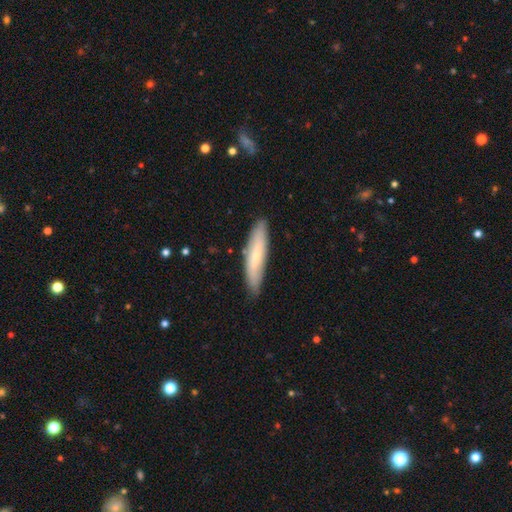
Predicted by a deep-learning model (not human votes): Smooth or featured? Predicted: smooth (p=0.59). How rounded? Predicted: cigar-shaped (p=0.82). Merging? Predicted: none (p=0.85).